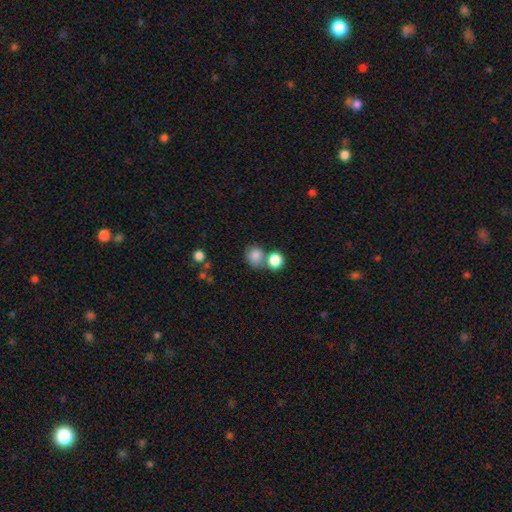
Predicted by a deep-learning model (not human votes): Smooth or featured? smooth (83%)
How rounded? round (77%)
Merging? none (52%)